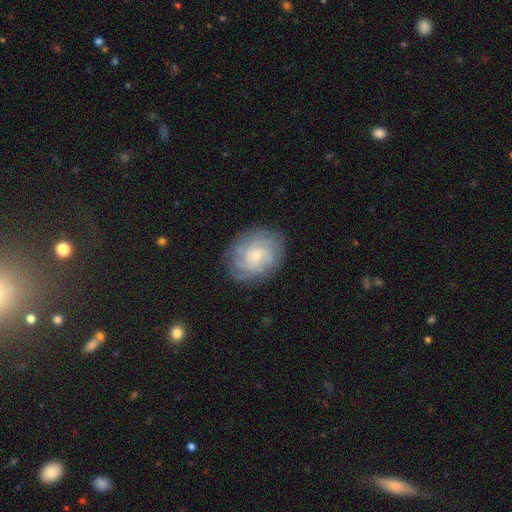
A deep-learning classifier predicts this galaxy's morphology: Smooth or featured? featured or disk (76%)
Edge-on disk? no (97%)
Bar? no (71%)
Spiral arms? yes (95%)
Spiral winding? tight (71%)
Spiral arm count? can't tell (37%)
Bulge size? small (74%)
Merging? none (82%)